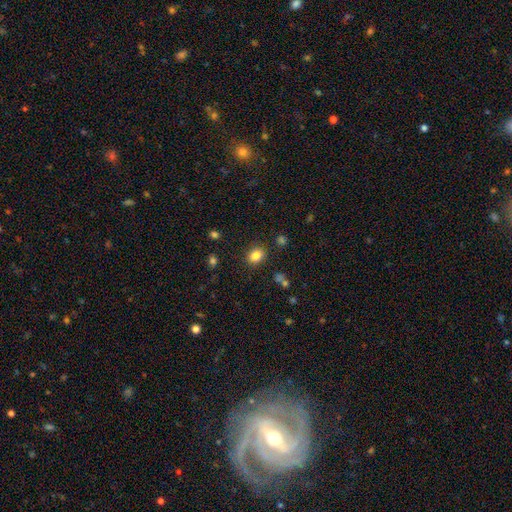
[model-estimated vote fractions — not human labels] Overall: smooth (83%). How rounded: round (55%; in between 45%). Merging: none (85%).